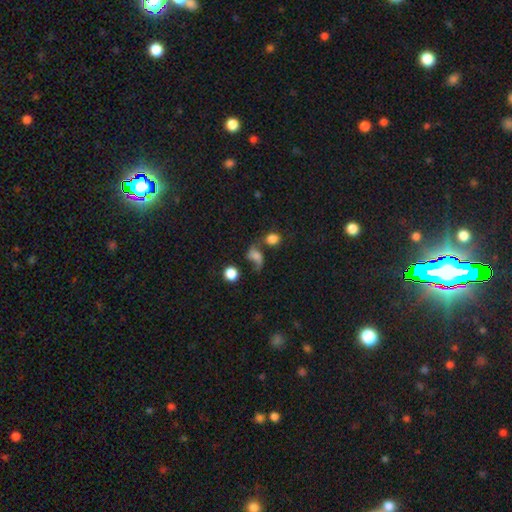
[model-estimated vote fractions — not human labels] Smooth or featured? smooth (43%)
Merging? none (39%)